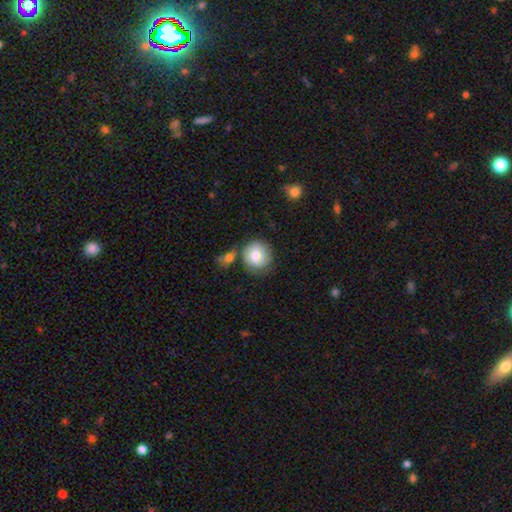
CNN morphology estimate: This is likely a smooth galaxy (80%). How rounded: clearly round (90%). Merging: likely none (67%).